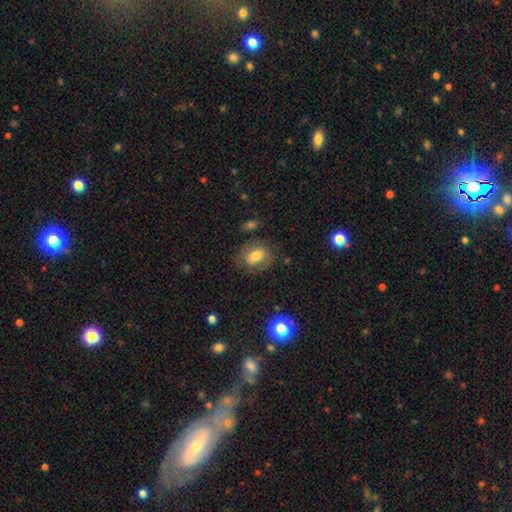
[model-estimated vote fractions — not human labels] Smooth or featured? smooth (69%)
How rounded? in between (65%)
Merging? none (74%)